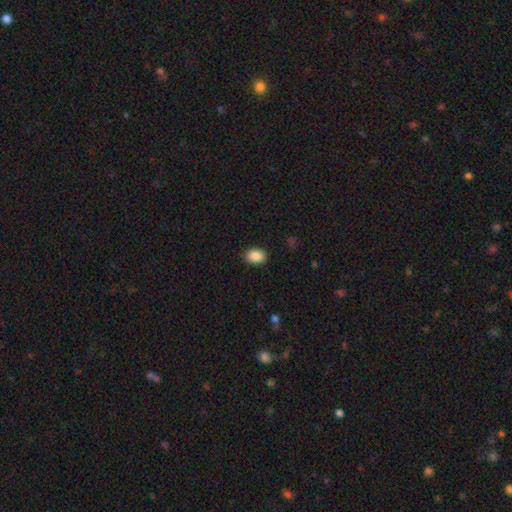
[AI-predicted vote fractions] Smooth or featured? Predicted: smooth (p=0.88). How rounded? Predicted: in between (p=0.75). Merging? Predicted: none (p=0.89).